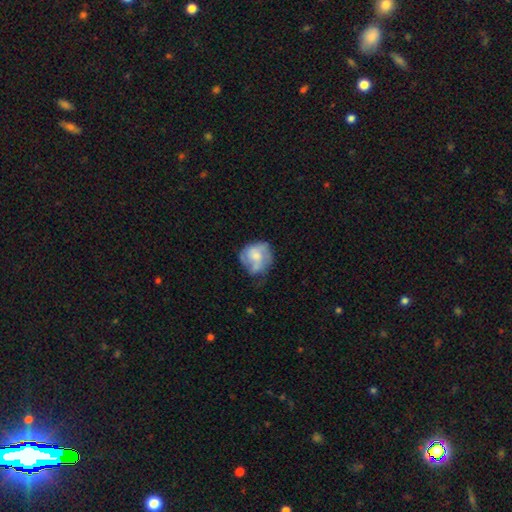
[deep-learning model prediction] Smooth or featured?
  - featured or disk: 57% *
  - smooth: 36%
  - star or artifact: 7%
Edge-on disk?
  - no: 98% *
  - yes: 2%
Bar?
  - no: 73% *
  - weak: 23%
  - strong: 4%
Spiral arms?
  - yes: 73% *
  - no: 27%
Bulge size?
  - moderate: 44% *
  - small: 40%
  - none: 10%
  - large: 5%
  - dominant: 1%
Merging?
  - none: 49% *
  - minor disturbance: 30%
  - major disturbance: 18%
  - merger: 3%